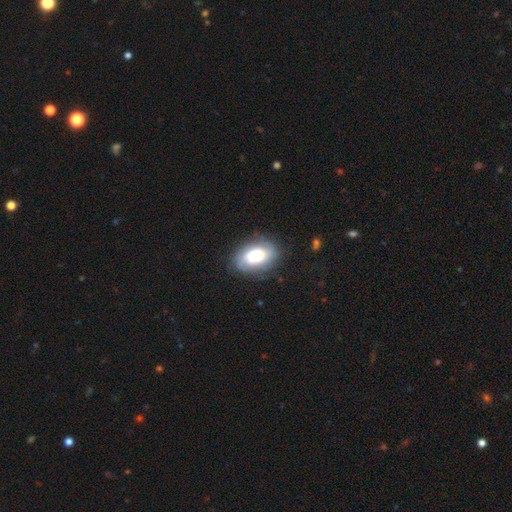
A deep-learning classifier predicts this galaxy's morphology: Overall: smooth (56%; featured or disk 36%). How rounded: in between (87%). Merging: none (77%).